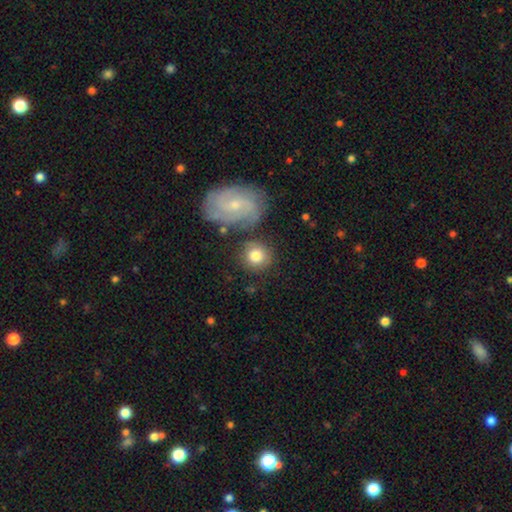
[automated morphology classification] Smooth or featured?
  - smooth: 74% *
  - featured or disk: 18%
  - star or artifact: 7%
How rounded?
  - round: 87% *
  - in between: 12%
  - cigar-shaped: 1%
Merging?
  - none: 73% *
  - minor disturbance: 12%
  - merger: 10%
  - major disturbance: 5%